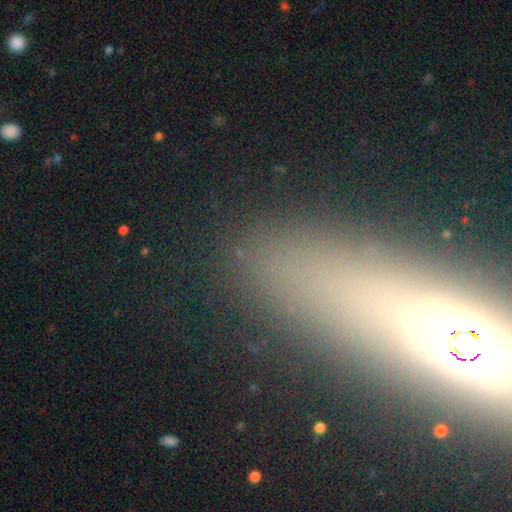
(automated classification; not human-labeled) Q: Smooth or featured?
A: star or artifact (47%); runner-up: smooth (34%)